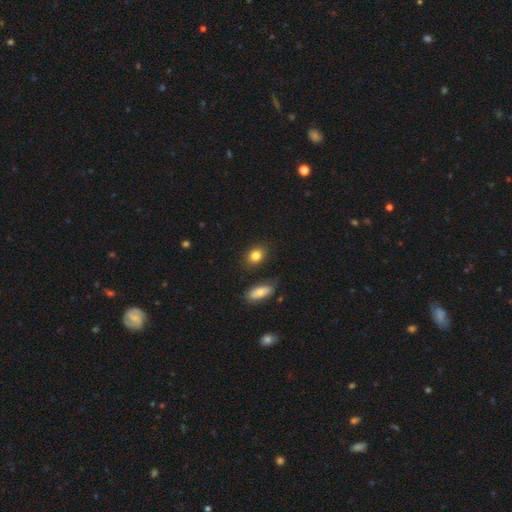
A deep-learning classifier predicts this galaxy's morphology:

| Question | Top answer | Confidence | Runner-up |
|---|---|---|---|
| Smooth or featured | smooth | 83% | star or artifact (9%) |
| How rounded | in between | 57% | round (41%) |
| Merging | none | 81% | minor disturbance (12%) |